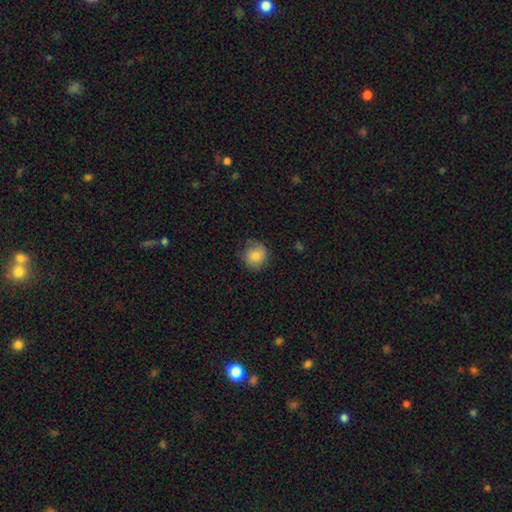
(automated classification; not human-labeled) Overall: smooth (78%). How rounded: round (86%). Merging: none (74%).